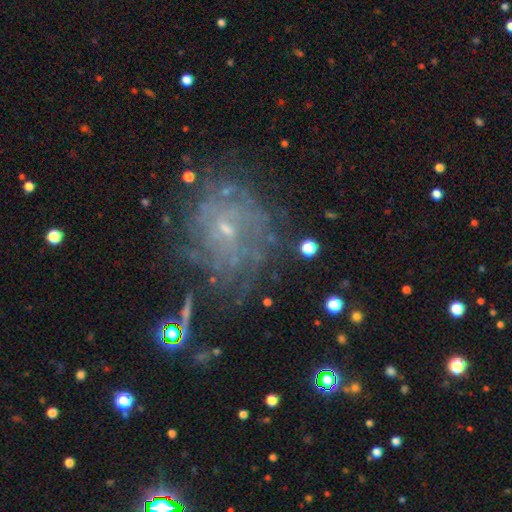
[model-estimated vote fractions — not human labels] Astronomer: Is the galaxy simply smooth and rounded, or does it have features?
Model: featured or disk — 66%.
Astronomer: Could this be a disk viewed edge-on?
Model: no — 97%.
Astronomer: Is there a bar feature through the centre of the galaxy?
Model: no — 70%.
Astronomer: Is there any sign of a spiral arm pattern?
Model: yes — 88%.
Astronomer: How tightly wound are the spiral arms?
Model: tight — 70%.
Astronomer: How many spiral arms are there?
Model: can't tell — 50%.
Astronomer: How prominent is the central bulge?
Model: small — 81%.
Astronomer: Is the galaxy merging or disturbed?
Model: none — 73%.